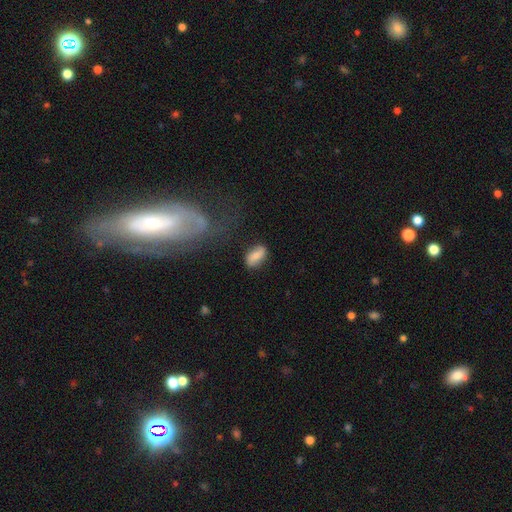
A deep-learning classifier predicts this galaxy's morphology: The model was most divided on "smooth or featured": smooth: 68%, featured or disk: 24%, star or artifact: 8%. More confident: how rounded — in between (87%); merging — none (76%).